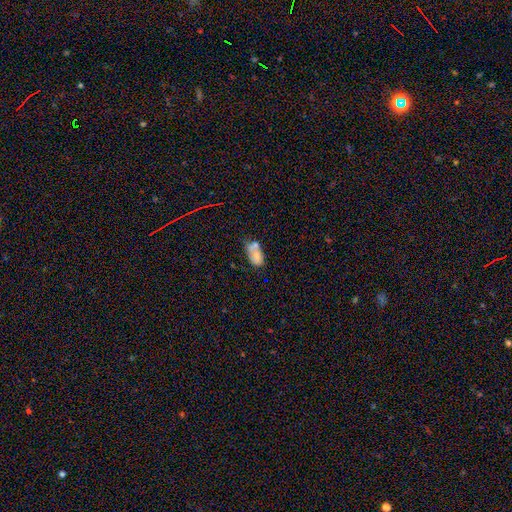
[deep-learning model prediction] smooth_or_featured: smooth (p=0.65) [alt: featured or disk p=0.26]
how_rounded: in between (p=0.88) [alt: round p=0.09]
merging: merger (p=0.39) [alt: none p=0.31]